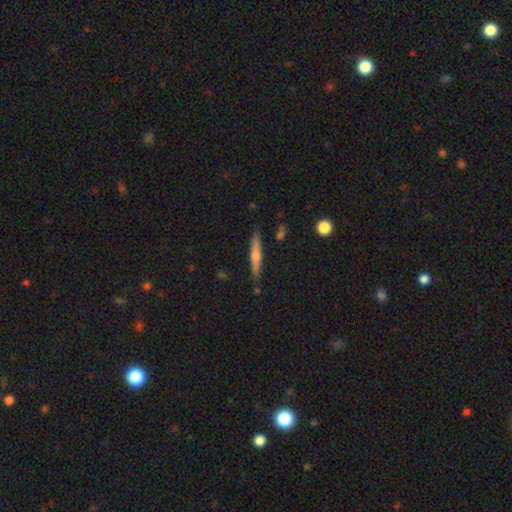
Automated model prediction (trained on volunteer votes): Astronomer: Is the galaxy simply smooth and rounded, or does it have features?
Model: smooth — 50% (runner-up: featured or disk, 43%).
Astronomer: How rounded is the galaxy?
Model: cigar-shaped — 92%.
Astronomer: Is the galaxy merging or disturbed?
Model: none — 86%.